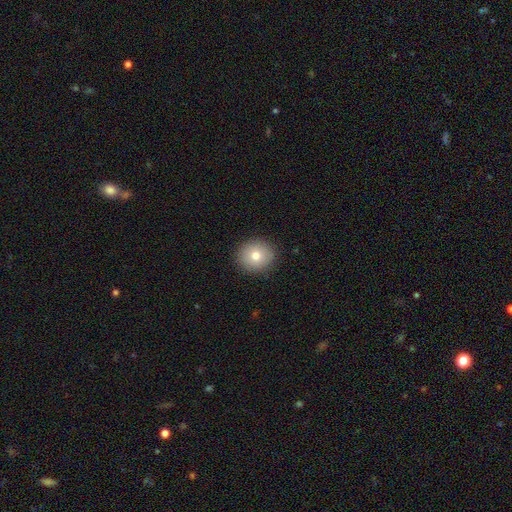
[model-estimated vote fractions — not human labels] Morphology: type=smooth (78%); roundness=round (87%); merging=none (91%).